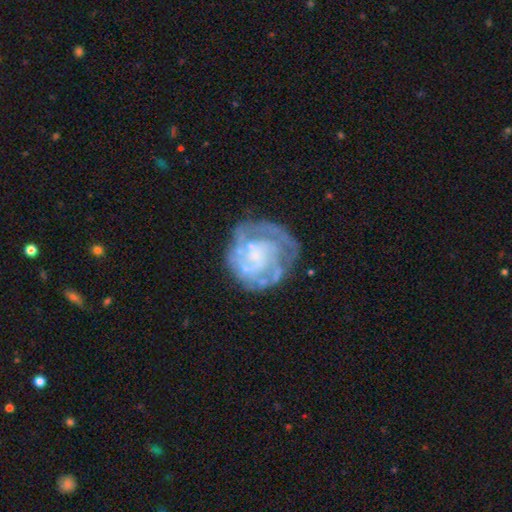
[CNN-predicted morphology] Smooth or featured?
  - featured or disk: 78% *
  - smooth: 15%
  - star or artifact: 7%
Edge-on disk?
  - no: 98% *
  - yes: 2%
Bar?
  - no: 78% *
  - weak: 17%
  - strong: 4%
Spiral arms?
  - yes: 70% *
  - no: 30%
Spiral winding?
  - tight: 62% *
  - medium: 26%
  - loose: 12%
Spiral arm count?
  - can't tell: 45% *
  - 3: 16%
  - 2: 15%
  - 1: 10%
  - 4: 8%
  - more than 4: 6%
Bulge size?
  - none: 43% *
  - small: 36%
  - moderate: 15%
  - large: 4%
  - dominant: 2%
Merging?
  - none: 60% *
  - minor disturbance: 18%
  - major disturbance: 17%
  - merger: 4%